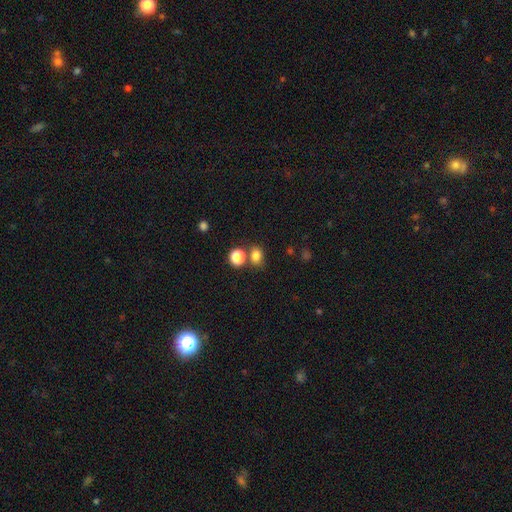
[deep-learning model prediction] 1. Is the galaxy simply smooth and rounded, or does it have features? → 81% smooth, 14% star or artifact, 6% featured or disk.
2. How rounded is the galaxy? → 54% round, 45% in between, 1% cigar-shaped.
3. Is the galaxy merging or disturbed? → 65% none, 21% merger, 10% minor disturbance, 4% major disturbance.